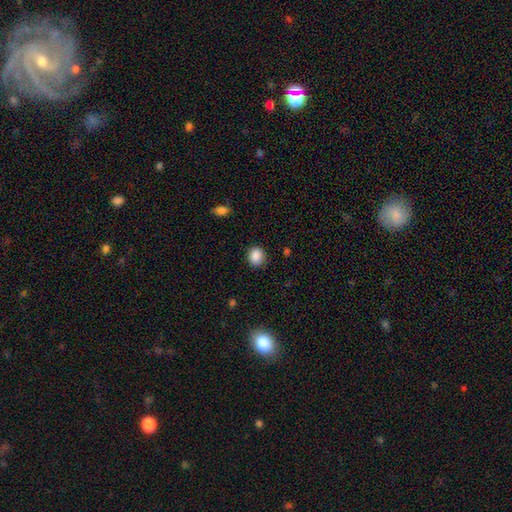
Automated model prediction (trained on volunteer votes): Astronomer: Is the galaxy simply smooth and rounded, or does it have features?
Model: smooth — 88%.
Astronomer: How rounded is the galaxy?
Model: round — 80%.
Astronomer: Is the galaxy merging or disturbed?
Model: none — 87%.